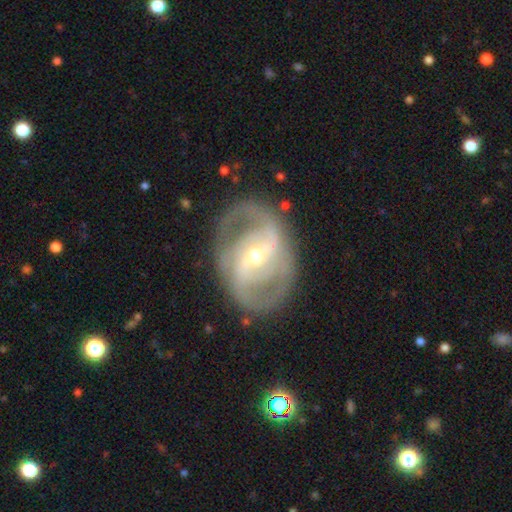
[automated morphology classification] Q: Smooth or featured?
A: featured or disk (88%); runner-up: smooth (6%)
Q: Edge-on disk?
A: no (96%); runner-up: yes (4%)
Q: Bar?
A: strong (46%); runner-up: weak (38%)
Q: Spiral arms?
A: yes (93%); runner-up: no (7%)
Q: Spiral winding?
A: medium (50%); runner-up: tight (30%)
Q: Spiral arm count?
A: 2 (73%); runner-up: can't tell (10%)
Q: Bulge size?
A: small (54%); runner-up: moderate (43%)
Q: Merging?
A: none (75%); runner-up: minor disturbance (15%)